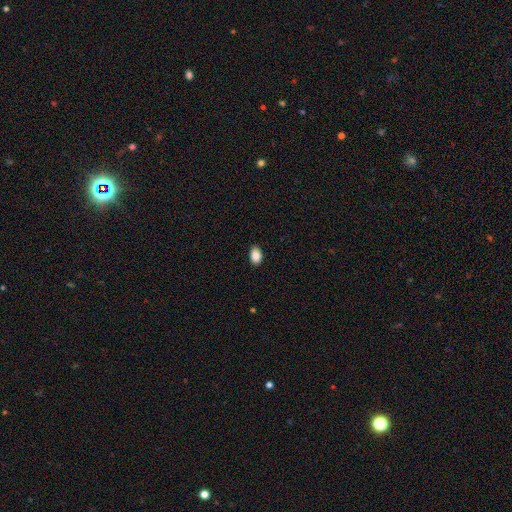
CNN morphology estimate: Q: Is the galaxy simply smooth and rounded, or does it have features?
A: smooth — 89%.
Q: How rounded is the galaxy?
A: in between — 87%.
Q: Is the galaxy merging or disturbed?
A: none — 89%.